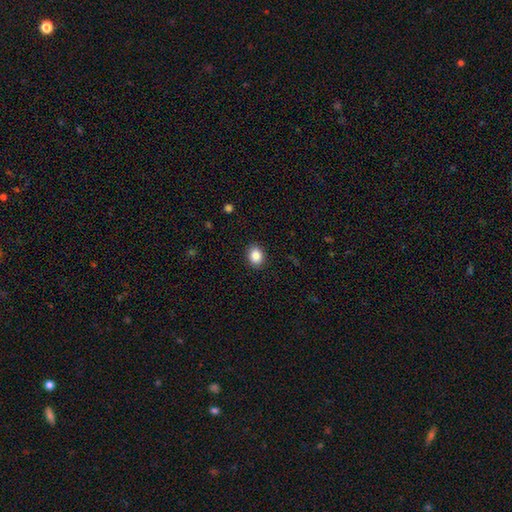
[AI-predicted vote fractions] A smooth galaxy with no disk features (87%) that is in between round and cigar-shaped (53%).

Vote fractions:
- Smooth or featured? smooth: 87% / star or artifact: 9% / featured or disk: 4%
- How rounded? in between: 53% / round: 47% / cigar-shaped: 1%
- Merging? none: 90% / minor disturbance: 7% / major disturbance: 2% / merger: 1%